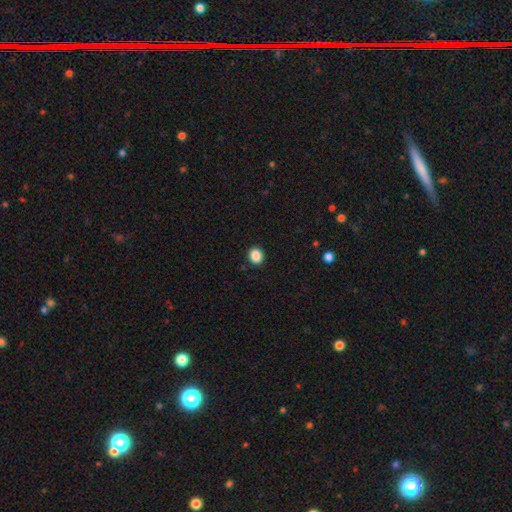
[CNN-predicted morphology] smooth_or_featured: smooth (p=0.88) [alt: star or artifact p=0.09]
how_rounded: round (p=0.73) [alt: in between p=0.26]
merging: none (p=0.92) [alt: minor disturbance p=0.06]